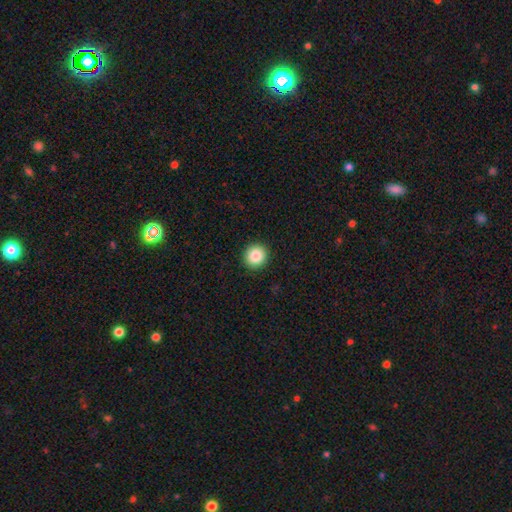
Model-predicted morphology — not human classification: This is clearly a smooth galaxy (85%). How rounded: clearly round (92%). Merging: clearly none (93%).